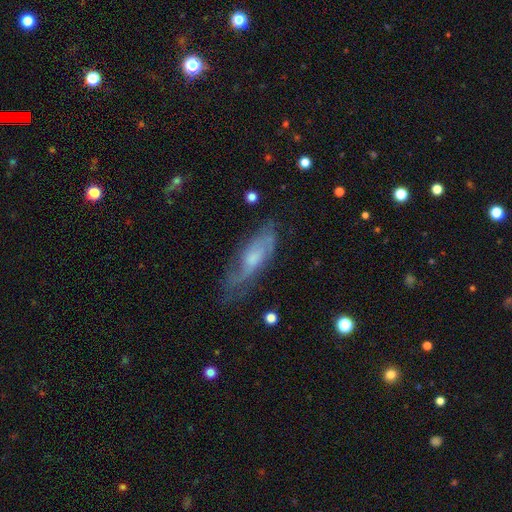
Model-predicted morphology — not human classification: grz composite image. It shows a featured or disk galaxy (63%). Merging: none (64%).